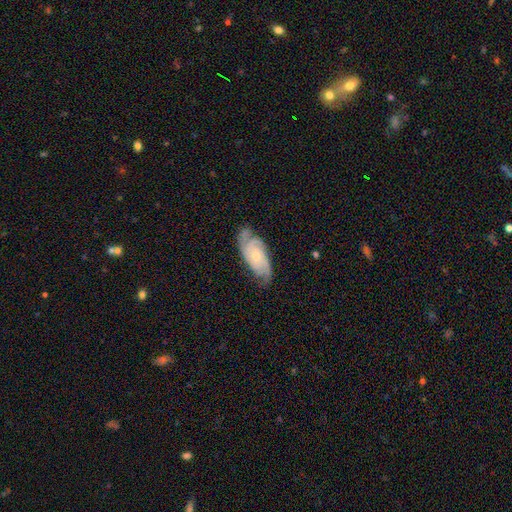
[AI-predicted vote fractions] A featured or disk galaxy (83%) with no bar (72%), 2 (45%) tight (55%) spiral arms (97%) and a small central bulge (69%).

Vote fractions:
- Smooth or featured? featured or disk: 83% / smooth: 12% / star or artifact: 5%
- Edge-on disk? no: 95% / yes: 5%
- Bar? no: 72% / weak: 23% / strong: 5%
- Spiral arms? yes: 97% / no: 3%
- Spiral winding? tight: 55% / medium: 36% / loose: 9%
- Spiral arm count? 2: 45% / 3: 25% / can't tell: 15% / 4: 7% / 1: 4% / more than 4: 4%
- Bulge size? small: 69% / moderate: 26% / none: 3% / large: 1% / dominant: 1%
- Merging? none: 72% / minor disturbance: 21% / major disturbance: 6% / merger: 1%